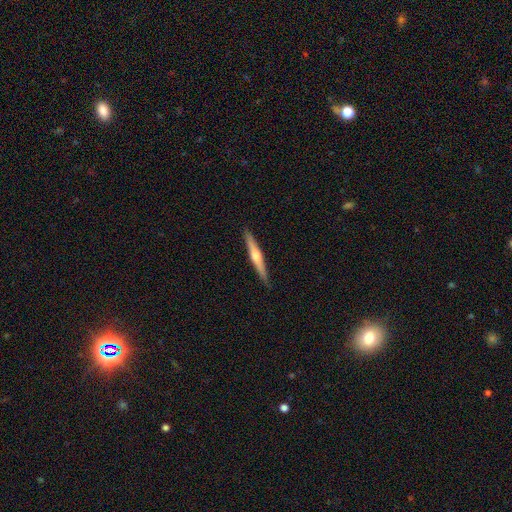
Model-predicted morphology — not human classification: Smooth or featured? featured or disk (62%)
Edge-on disk? yes (98%)
Edge-on bulge? rounded (87%)
Merging? none (91%)